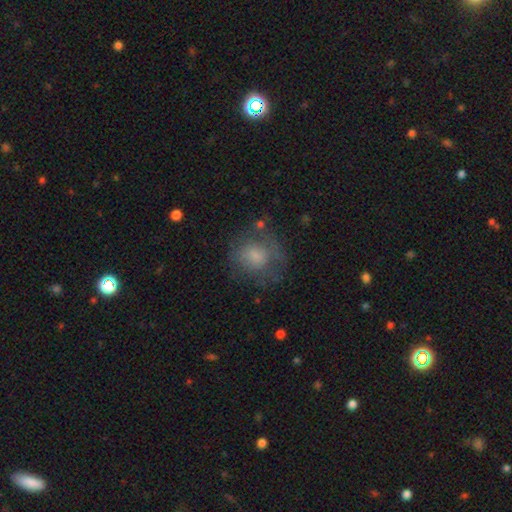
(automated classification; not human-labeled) Smooth or featured: smooth — 65% (featured or disk — 24%)
How rounded: round — 71% (in between — 28%)
Merging: none — 55% (minor disturbance — 23%)